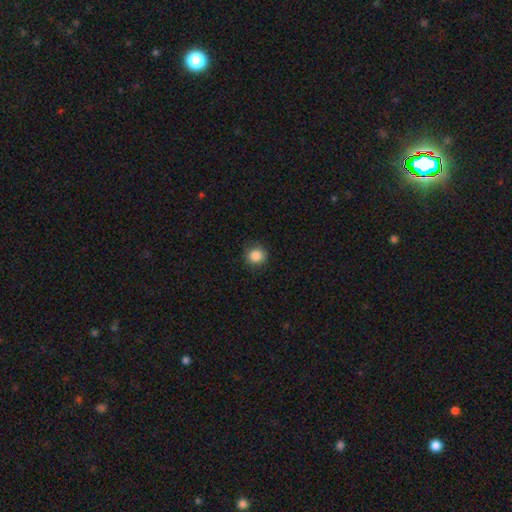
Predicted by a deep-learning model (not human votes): Overall: smooth (87%). How rounded: round (89%). Merging: none (88%).